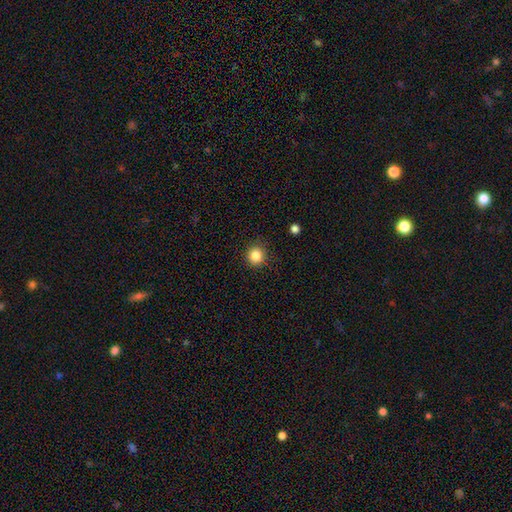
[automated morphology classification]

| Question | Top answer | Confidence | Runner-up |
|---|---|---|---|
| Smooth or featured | smooth | 84% | star or artifact (11%) |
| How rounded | round | 91% | in between (8%) |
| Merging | none | 89% | minor disturbance (7%) |